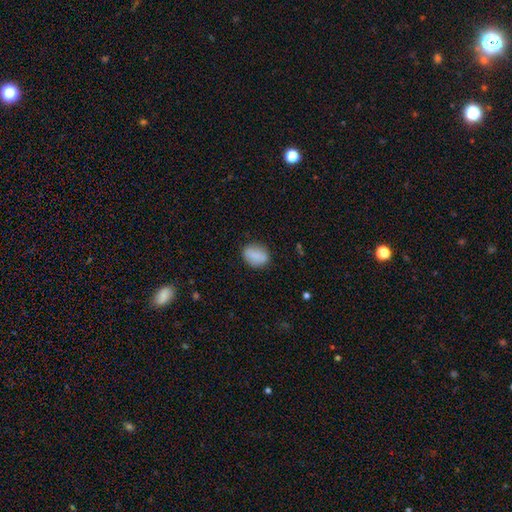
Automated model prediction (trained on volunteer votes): Morphology: type=smooth (83%); roundness=in between (65%); merging=none (83%).